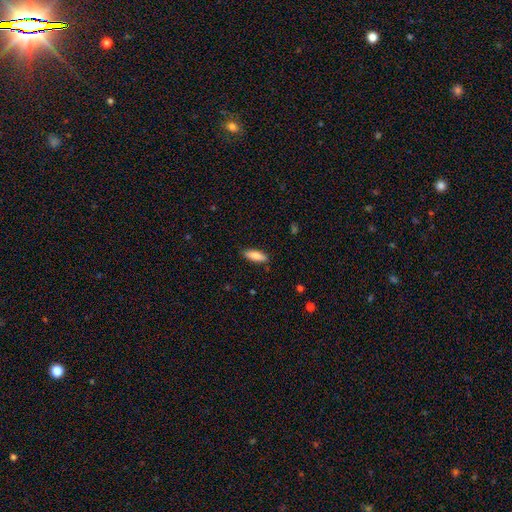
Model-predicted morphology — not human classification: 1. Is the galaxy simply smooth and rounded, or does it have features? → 84% smooth, 10% featured or disk, 6% star or artifact.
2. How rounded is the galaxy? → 64% in between, 35% cigar-shaped, 2% round.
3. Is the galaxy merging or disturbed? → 86% none, 11% minor disturbance, 2% major disturbance, 1% merger.